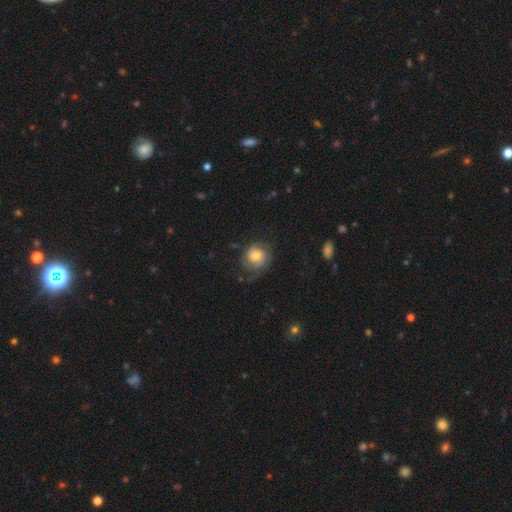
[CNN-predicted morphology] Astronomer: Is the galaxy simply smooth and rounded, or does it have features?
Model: featured or disk — 57% (runner-up: smooth, 35%).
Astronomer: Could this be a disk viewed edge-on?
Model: no — 97%.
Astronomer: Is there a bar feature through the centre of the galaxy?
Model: no — 66%.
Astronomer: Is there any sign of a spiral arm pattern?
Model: yes — 88%.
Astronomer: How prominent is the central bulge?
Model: moderate — 60%.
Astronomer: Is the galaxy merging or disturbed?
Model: none — 58%.